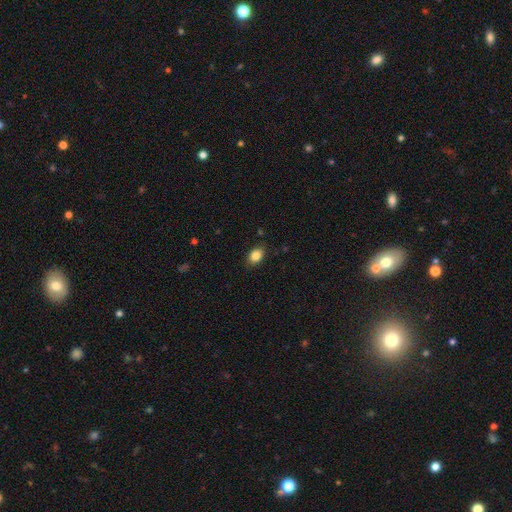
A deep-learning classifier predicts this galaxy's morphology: smooth 86%, star or artifact 9%, featured or disk 6%. Down the decision tree: how rounded — in between (81%); merging — none (85%).